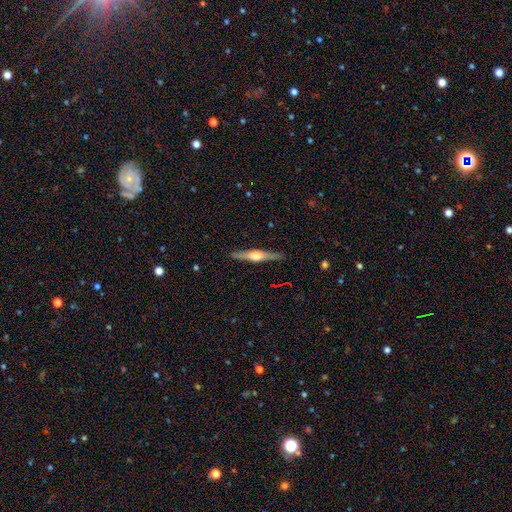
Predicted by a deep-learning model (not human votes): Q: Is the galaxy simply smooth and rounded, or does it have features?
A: featured or disk — 69%.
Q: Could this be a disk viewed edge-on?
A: yes — 97%.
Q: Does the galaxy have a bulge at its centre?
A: rounded — 90%.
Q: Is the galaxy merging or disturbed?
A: none — 90%.